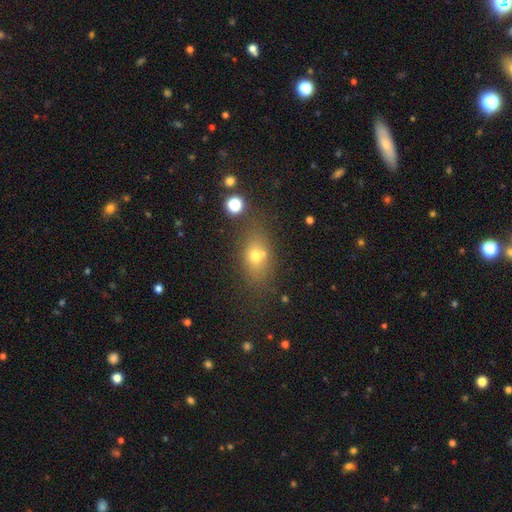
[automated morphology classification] Overall: smooth (65%). How rounded: in between (70%). Merging: none (60%; merger 20%).